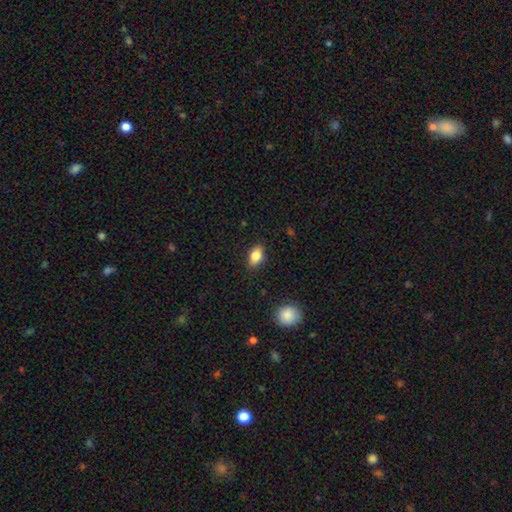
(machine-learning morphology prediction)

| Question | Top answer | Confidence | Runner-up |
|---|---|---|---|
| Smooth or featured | smooth | 81% | featured or disk (10%) |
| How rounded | in between | 85% | round (11%) |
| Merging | none | 87% | minor disturbance (10%) |